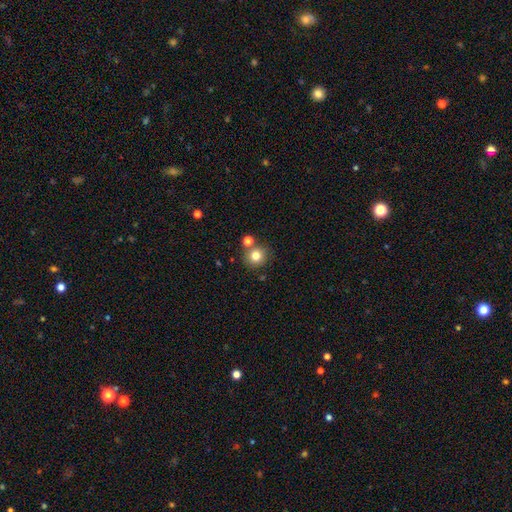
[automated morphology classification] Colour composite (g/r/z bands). It shows a smooth galaxy with no disk features (80%) that is round (90%). Merging: none (76%).